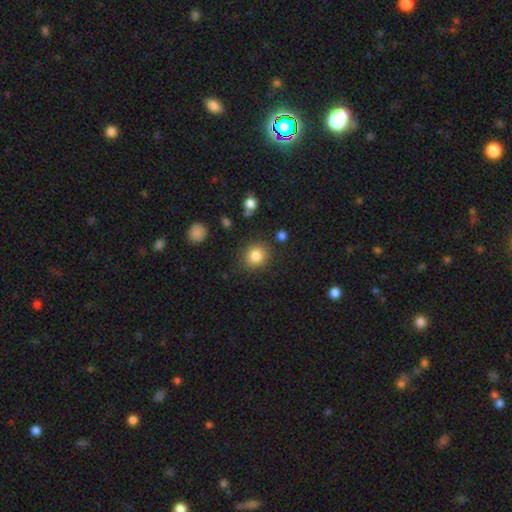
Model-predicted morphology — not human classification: Smooth or featured? Predicted: smooth (p=0.84). How rounded? Predicted: round (p=0.82). Merging? Predicted: none (p=0.85).